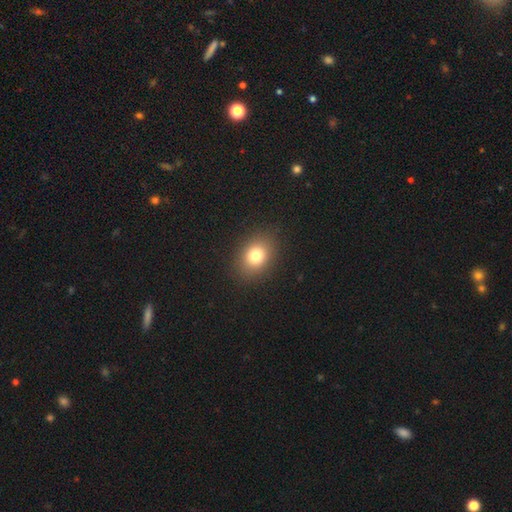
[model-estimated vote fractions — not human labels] The model was most divided on "how rounded": in between: 58%, round: 41%, cigar-shaped: 1%. More confident: merging — none (88%); smooth or featured — smooth (79%).